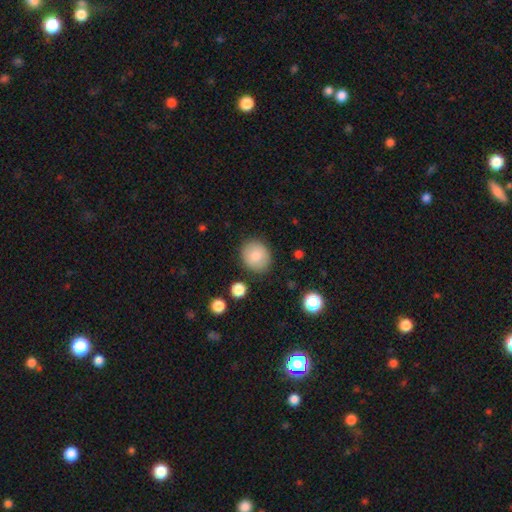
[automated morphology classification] Q: Smooth or featured?
A: smooth (81%); runner-up: featured or disk (11%)
Q: How rounded?
A: round (71%); runner-up: in between (28%)
Q: Merging?
A: none (86%); runner-up: minor disturbance (10%)